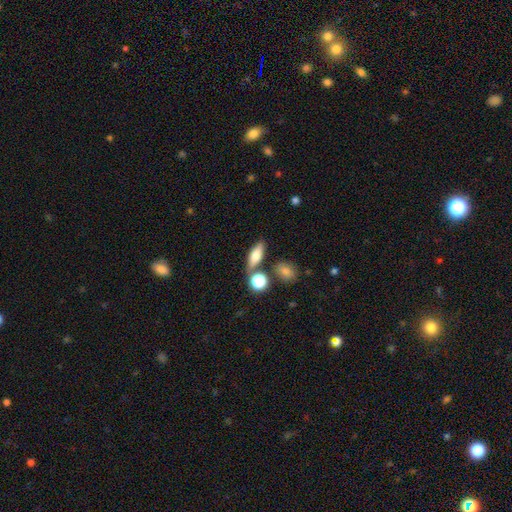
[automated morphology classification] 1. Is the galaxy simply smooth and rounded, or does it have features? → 67% smooth, 24% featured or disk, 9% star or artifact.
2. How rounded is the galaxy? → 58% in between, 31% cigar-shaped, 11% round.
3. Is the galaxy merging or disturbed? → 69% none, 15% merger, 12% minor disturbance, 4% major disturbance.